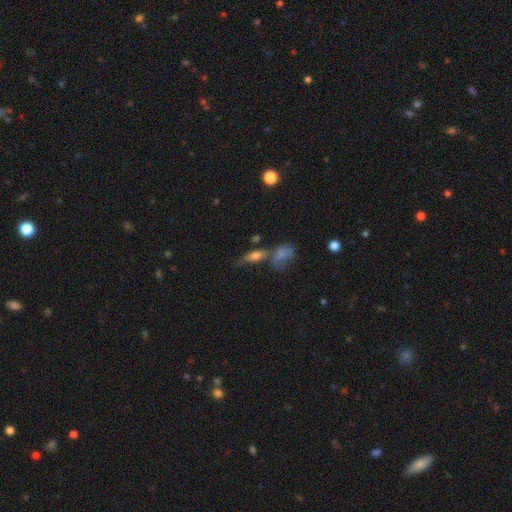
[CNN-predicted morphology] Smooth or featured? smooth (58%)
How rounded? in between (60%)
Merging? none (44%)